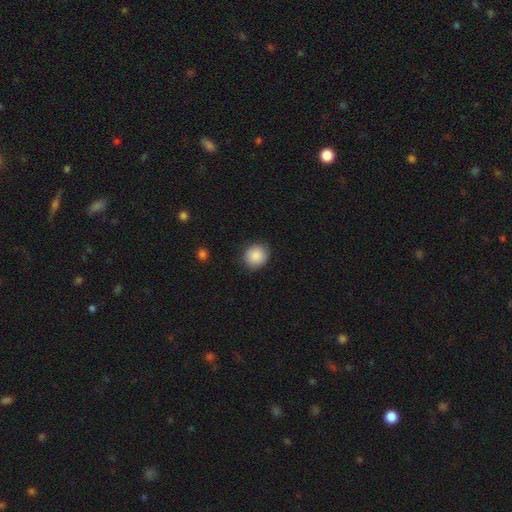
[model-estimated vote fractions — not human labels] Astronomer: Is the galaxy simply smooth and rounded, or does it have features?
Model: smooth — 88%.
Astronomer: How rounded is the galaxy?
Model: round — 82%.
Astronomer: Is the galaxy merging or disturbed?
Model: none — 86%.